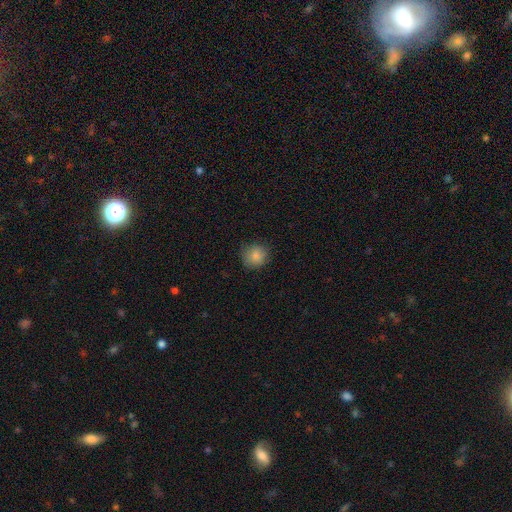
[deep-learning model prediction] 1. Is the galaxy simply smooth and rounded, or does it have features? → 85% smooth, 9% star or artifact, 6% featured or disk.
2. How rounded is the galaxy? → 89% round, 10% in between, 1% cigar-shaped.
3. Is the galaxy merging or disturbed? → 79% none, 16% minor disturbance, 4% major disturbance, 1% merger.